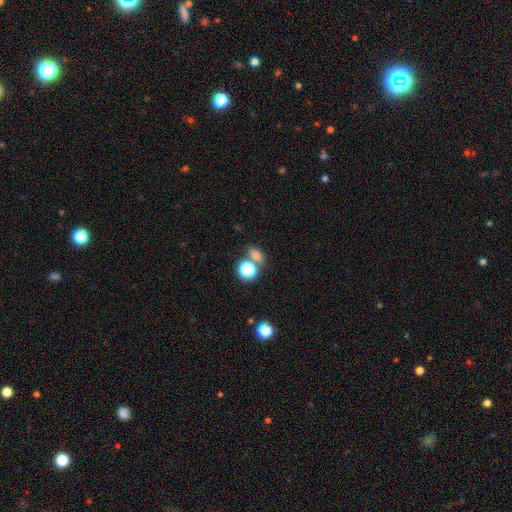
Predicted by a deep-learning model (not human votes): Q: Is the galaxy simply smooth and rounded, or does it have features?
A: smooth — 72%.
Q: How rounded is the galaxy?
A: in between — 58%.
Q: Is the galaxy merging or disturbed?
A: none — 57%.